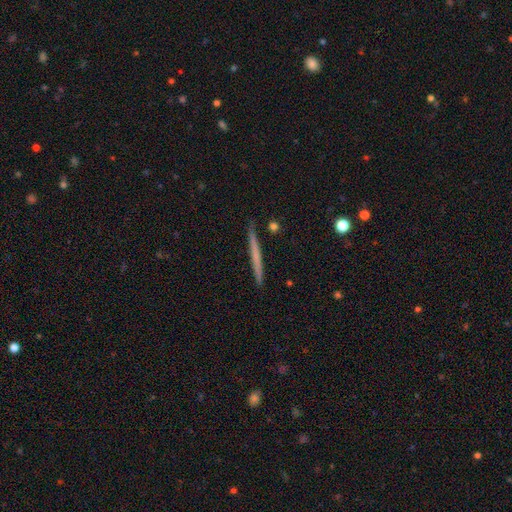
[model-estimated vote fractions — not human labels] Smooth or featured? Predicted: smooth (p=0.50). Merging? Predicted: none (p=0.91).